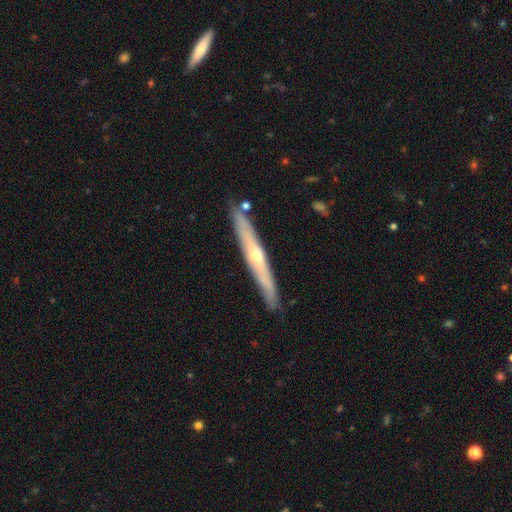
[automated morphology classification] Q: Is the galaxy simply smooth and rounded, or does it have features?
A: featured or disk — 70%.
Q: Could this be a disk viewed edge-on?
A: yes — 92%.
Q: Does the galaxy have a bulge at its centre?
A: rounded — 78%.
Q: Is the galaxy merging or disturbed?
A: none — 88%.